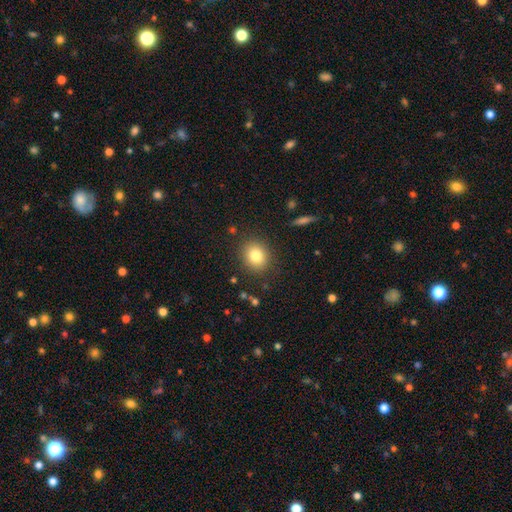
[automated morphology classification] Smooth or featured? Predicted: smooth (p=0.81). How rounded? Predicted: round (p=0.70). Merging? Predicted: none (p=0.87).